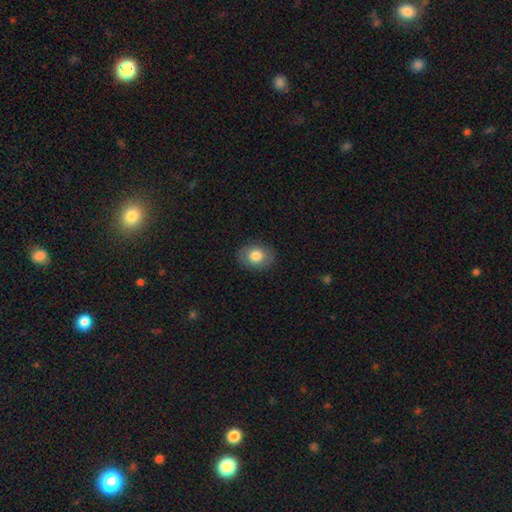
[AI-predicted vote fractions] smooth-or-featured: smooth: 80% | featured or disk: 12% | star or artifact: 8%
  how-rounded: in between: 54% | round: 45% | cigar-shaped: 1%
  merging: none: 87% | minor disturbance: 9% | major disturbance: 3% | merger: 1%